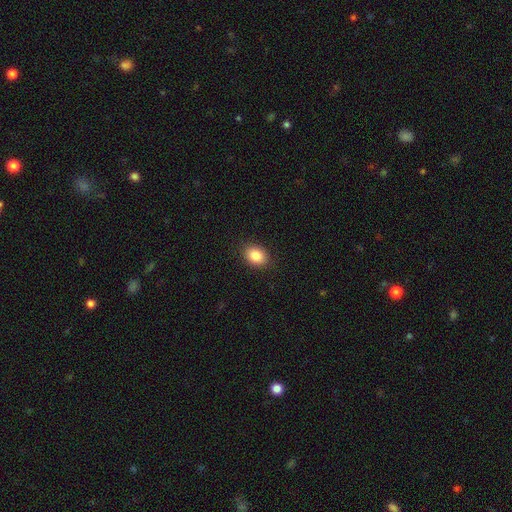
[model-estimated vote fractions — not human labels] Morphology: type=smooth (85%); roundness=in between (71%); merging=none (89%).